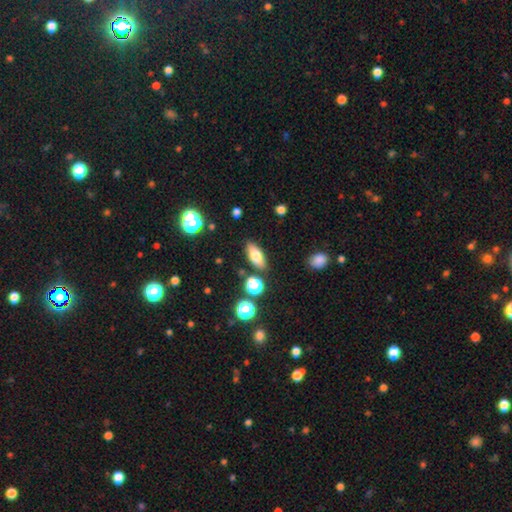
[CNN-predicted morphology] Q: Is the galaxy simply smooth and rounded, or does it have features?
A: smooth — 73%.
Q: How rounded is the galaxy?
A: in between — 78%.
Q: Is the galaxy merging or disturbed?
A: none — 82%.